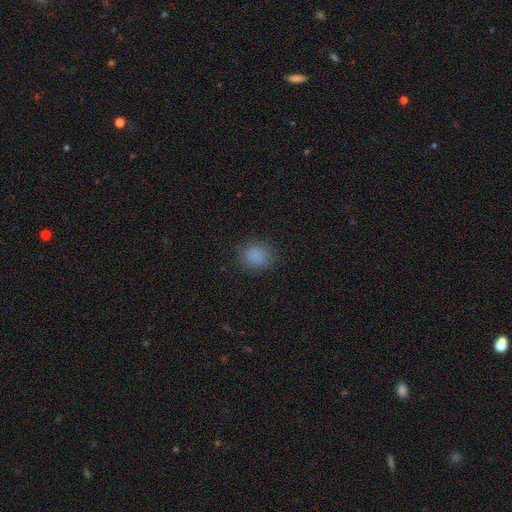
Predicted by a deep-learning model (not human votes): Smooth or featured?
  - smooth: 84% *
  - star or artifact: 11%
  - featured or disk: 4%
How rounded?
  - round: 61% *
  - in between: 38%
  - cigar-shaped: 1%
Merging?
  - none: 83% *
  - minor disturbance: 12%
  - major disturbance: 4%
  - merger: 1%